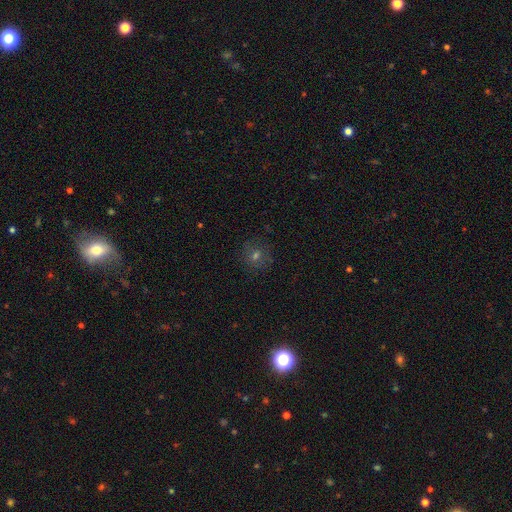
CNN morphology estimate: smooth_or_featured: smooth (p=0.55) [alt: star or artifact p=0.27]
how_rounded: round (p=0.90) [alt: in between p=0.09]
merging: none (p=0.85) [alt: minor disturbance p=0.10]